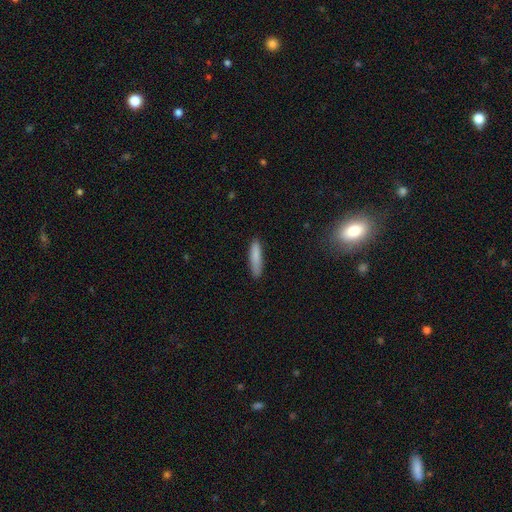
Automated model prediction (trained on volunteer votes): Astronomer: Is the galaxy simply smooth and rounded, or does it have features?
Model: smooth — 85%.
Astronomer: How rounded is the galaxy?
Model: cigar-shaped — 80%.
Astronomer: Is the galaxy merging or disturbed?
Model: none — 85%.